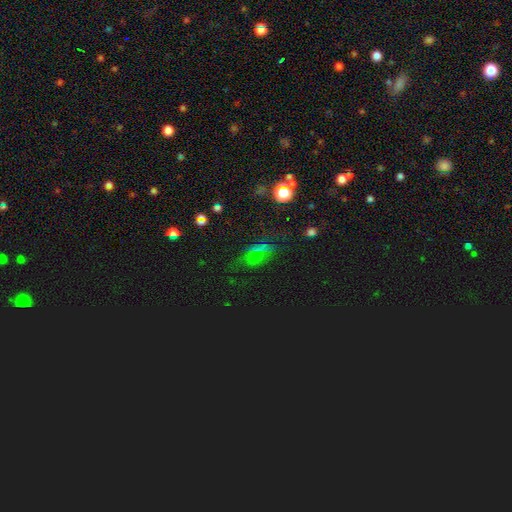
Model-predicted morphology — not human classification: A star or artifact, not a galaxy (45%).